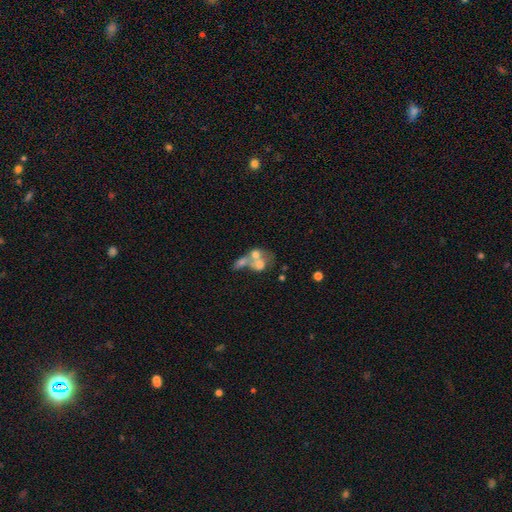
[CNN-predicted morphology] Smooth or featured?
  - smooth: 47% *
  - featured or disk: 41%
  - star or artifact: 12%
Merging?
  - merger: 66% *
  - none: 16%
  - major disturbance: 11%
  - minor disturbance: 7%